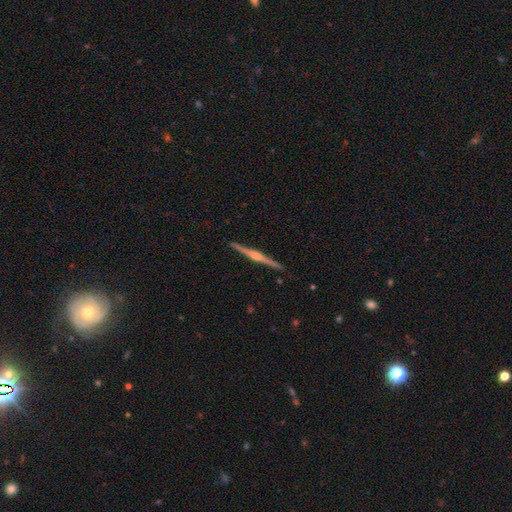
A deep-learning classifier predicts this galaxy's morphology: Smooth or featured? Predicted: featured or disk (p=0.85). Edge-on disk? Predicted: yes (p=0.99). Edge-on bulge? Predicted: rounded (p=0.83). Merging? Predicted: none (p=0.93).